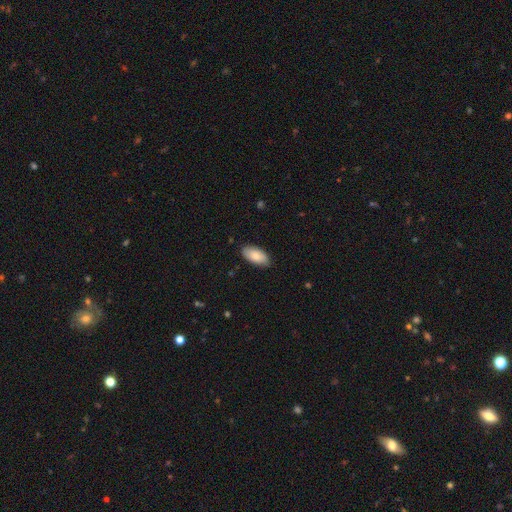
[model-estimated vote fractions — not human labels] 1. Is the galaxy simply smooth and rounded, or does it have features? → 83% smooth, 11% featured or disk, 6% star or artifact.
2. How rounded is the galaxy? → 93% in between, 5% cigar-shaped, 2% round.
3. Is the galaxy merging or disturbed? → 85% none, 12% minor disturbance, 2% major disturbance, 1% merger.